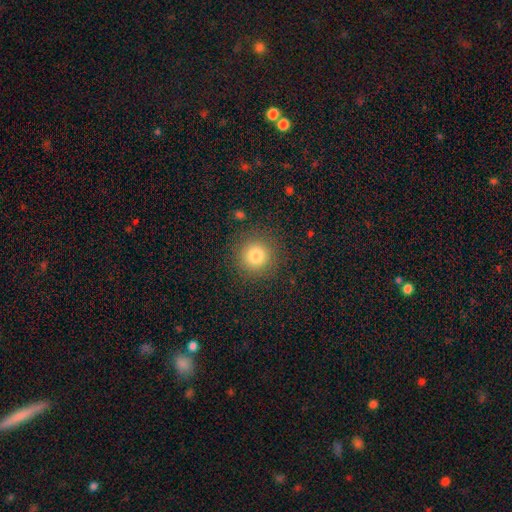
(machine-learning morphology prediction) This appears to be a smooth galaxy with no disk features (80%) that is round (94%). Merging: none (88%).